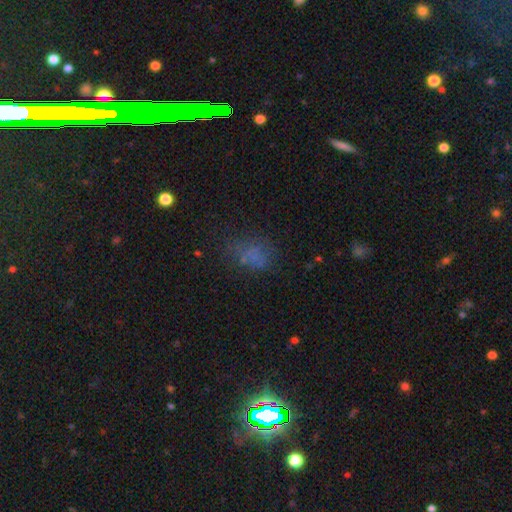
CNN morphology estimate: smooth_or_featured: star or artifact (p=0.44) [alt: smooth p=0.41]